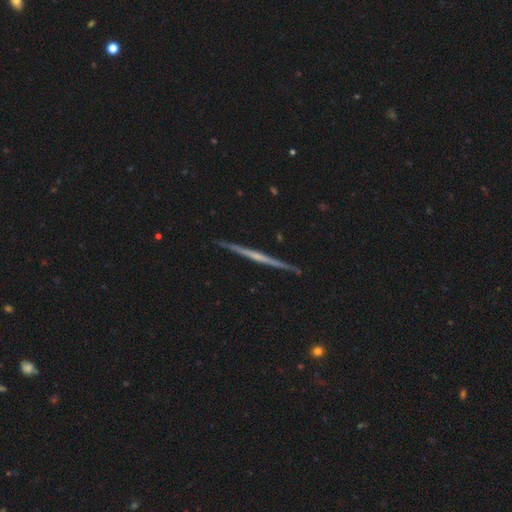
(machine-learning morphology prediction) A featured or disk galaxy (73%) viewed edge-on (98%) with no central bulge (72%).

Vote fractions:
- Smooth or featured? featured or disk: 73% / smooth: 22% / star or artifact: 5%
- Edge-on disk? yes: 98% / no: 2%
- Edge-on bulge? none: 72% / rounded: 21% / boxy: 8%
- Merging? none: 92% / minor disturbance: 6% / major disturbance: 1% / merger: 1%